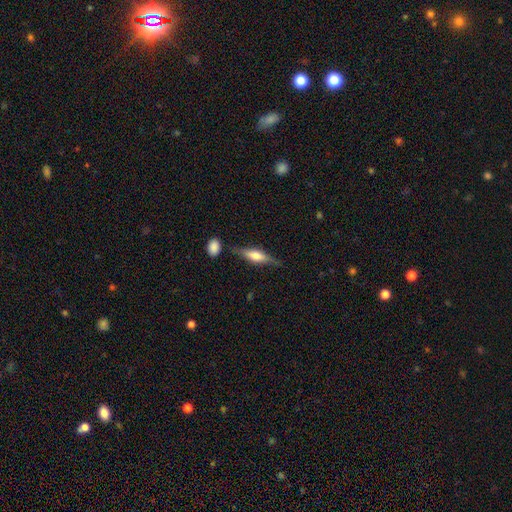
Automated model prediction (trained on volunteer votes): smooth_or_featured: featured or disk (p=0.59) [alt: smooth p=0.35]
disk_edge_on: yes (p=0.94) [alt: no p=0.06]
edge_on_bulge: rounded (p=0.79) [alt: boxy p=0.16]
merging: none (p=0.76) [alt: minor disturbance p=0.15]